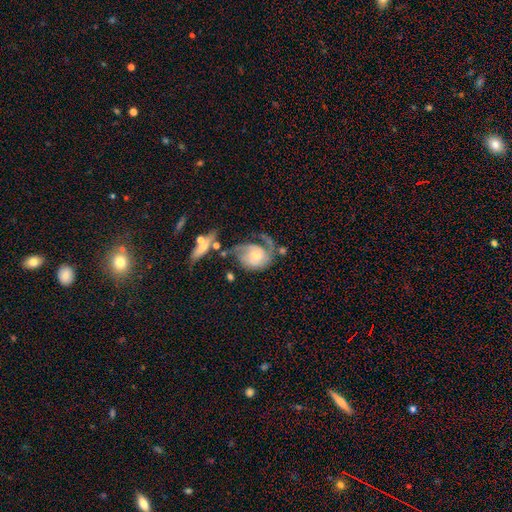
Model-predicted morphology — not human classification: The model was most divided on "merging": none: 35%, major disturbance: 33%, minor disturbance: 21%, merger: 11%. Remaining: edge-on disk — no (97%); spiral arms — yes (91%); smooth or featured — featured or disk (75%); bar — no (70%); bulge size — small (50%); spiral arm count — 2 (44%); spiral winding — medium (40%).